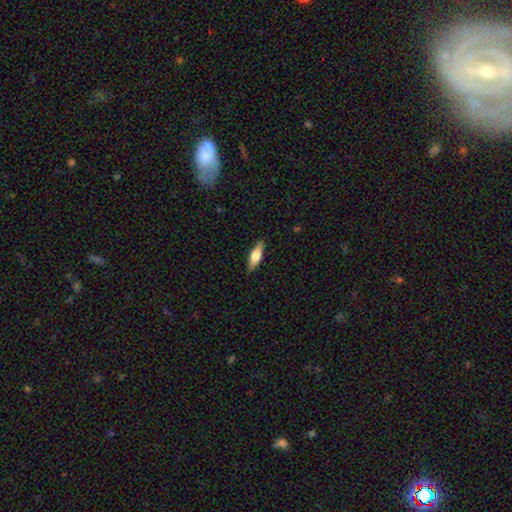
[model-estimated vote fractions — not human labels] The model was most divided on "how rounded": in between: 54%, cigar-shaped: 43%, round: 3%. More confident: merging — none (88%); smooth or featured — smooth (56%).